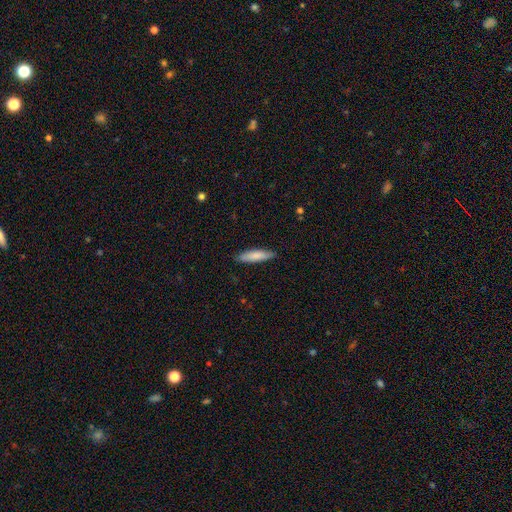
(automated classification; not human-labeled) Smooth or featured?
  - smooth: 80% *
  - featured or disk: 15%
  - star or artifact: 5%
How rounded?
  - cigar-shaped: 73% *
  - in between: 25%
  - round: 1%
Merging?
  - none: 85% *
  - minor disturbance: 12%
  - major disturbance: 2%
  - merger: 1%